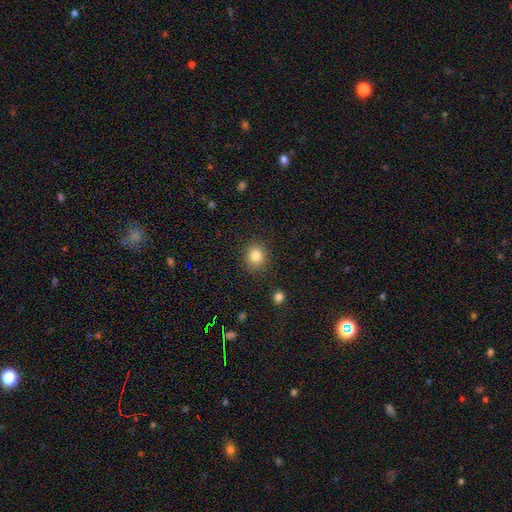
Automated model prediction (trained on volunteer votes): Smooth or featured? Predicted: smooth (p=0.83). How rounded? Predicted: round (p=0.81). Merging? Predicted: none (p=0.86).